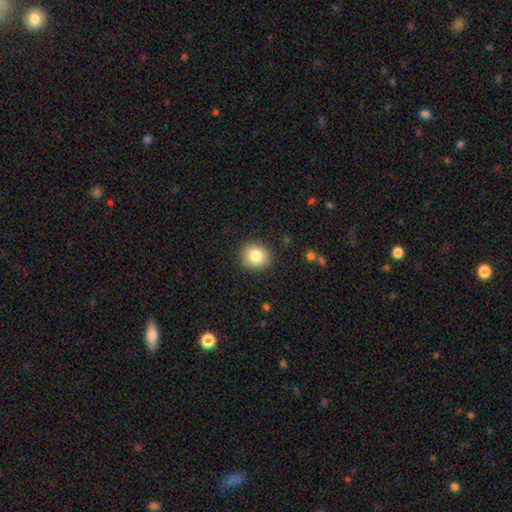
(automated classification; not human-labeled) smooth-or-featured: smooth: 82% | star or artifact: 10% | featured or disk: 8%
  how-rounded: round: 82% | in between: 17% | cigar-shaped: 1%
  merging: none: 89% | minor disturbance: 7% | major disturbance: 2% | merger: 1%